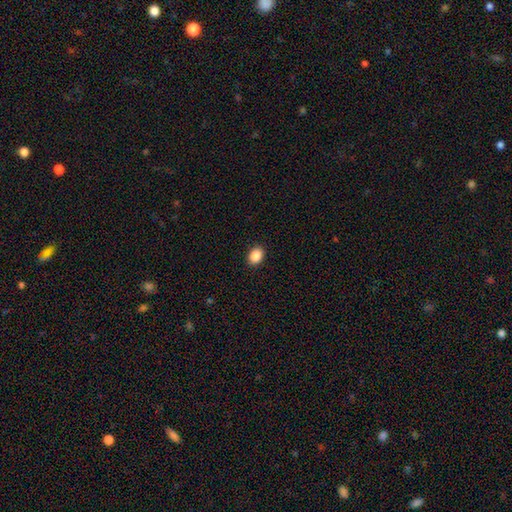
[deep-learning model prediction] The model was most divided on "how rounded": in between: 65%, round: 34%, cigar-shaped: 1%. More confident: merging — none (91%); smooth or featured — smooth (88%).